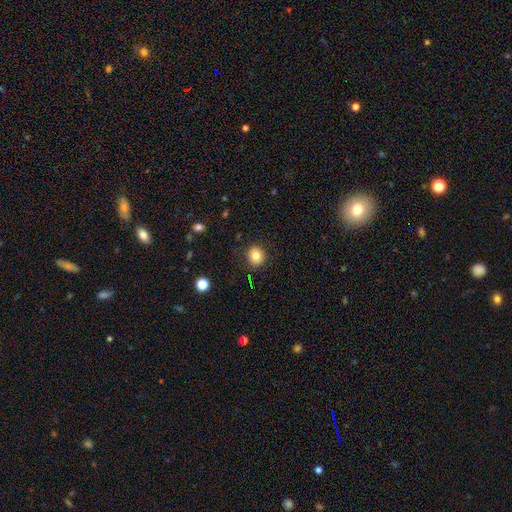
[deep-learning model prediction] smooth-or-featured: smooth: 81% | star or artifact: 11% | featured or disk: 8%
  how-rounded: round: 81% | in between: 18% | cigar-shaped: 1%
  merging: none: 88% | minor disturbance: 9% | major disturbance: 2% | merger: 1%